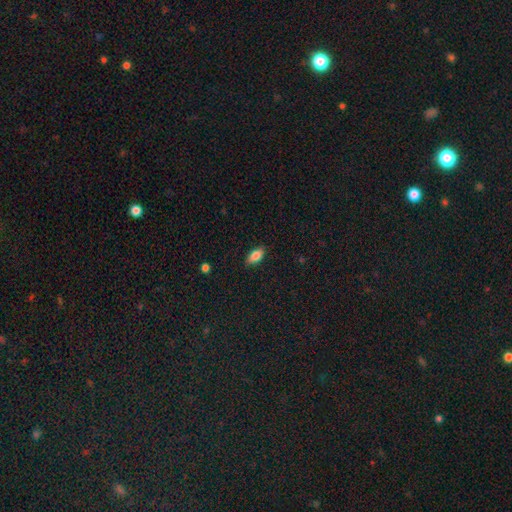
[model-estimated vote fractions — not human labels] This is clearly a smooth galaxy (83%). How rounded: clearly in between (89%). Merging: clearly none (86%).